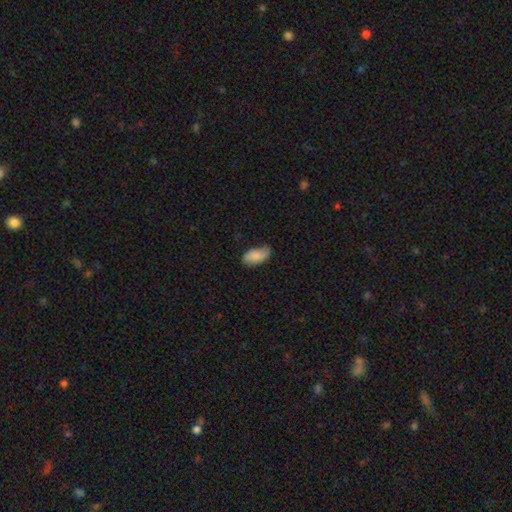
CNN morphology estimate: This appears to be a smooth galaxy with no disk features (77%) that is in between round and cigar-shaped (92%). Merging: none (68%).